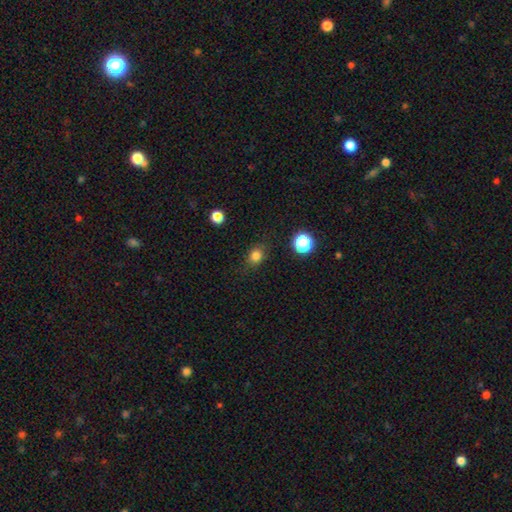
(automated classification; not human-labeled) A smooth galaxy with no disk features (81%) that is round (58%).

Vote fractions:
- Smooth or featured? smooth: 81% / star or artifact: 13% / featured or disk: 5%
- How rounded? round: 58% / in between: 40% / cigar-shaped: 1%
- Merging? none: 82% / minor disturbance: 13% / major disturbance: 4% / merger: 2%